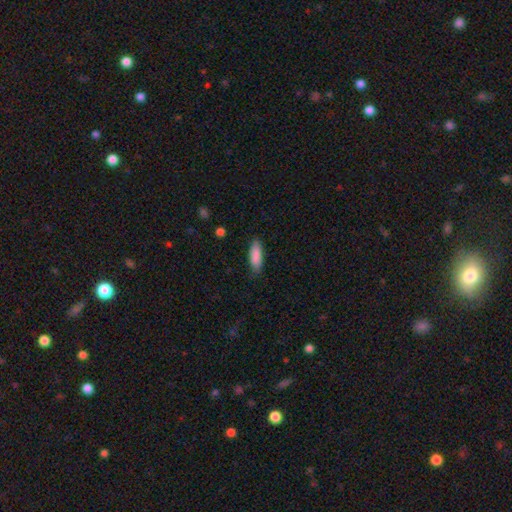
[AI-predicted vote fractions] Smooth or featured? Predicted: smooth (p=0.88). How rounded? Predicted: in between (p=0.59). Merging? Predicted: none (p=0.83).